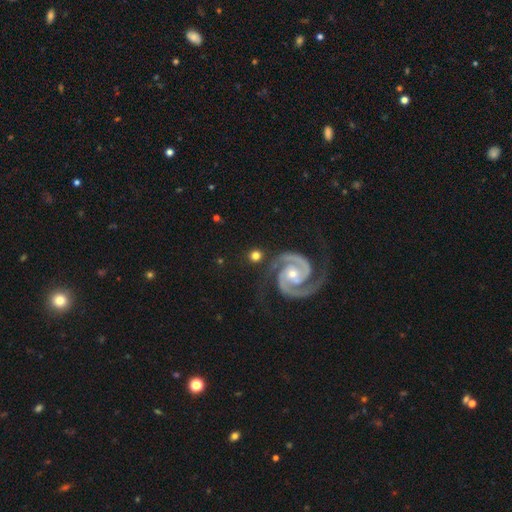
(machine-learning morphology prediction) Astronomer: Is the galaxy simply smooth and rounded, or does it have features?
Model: featured or disk — 63%.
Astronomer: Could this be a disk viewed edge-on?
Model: no — 97%.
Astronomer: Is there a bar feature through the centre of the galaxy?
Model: no — 54% (runner-up: weak, 31%).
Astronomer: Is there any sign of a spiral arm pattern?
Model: yes — 96%.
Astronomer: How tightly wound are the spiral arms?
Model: medium — 52% (runner-up: tight, 37%).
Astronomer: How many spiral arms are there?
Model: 2 — 93%.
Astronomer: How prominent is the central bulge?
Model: small — 53% (runner-up: moderate, 39%).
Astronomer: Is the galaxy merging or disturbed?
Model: none — 80%.